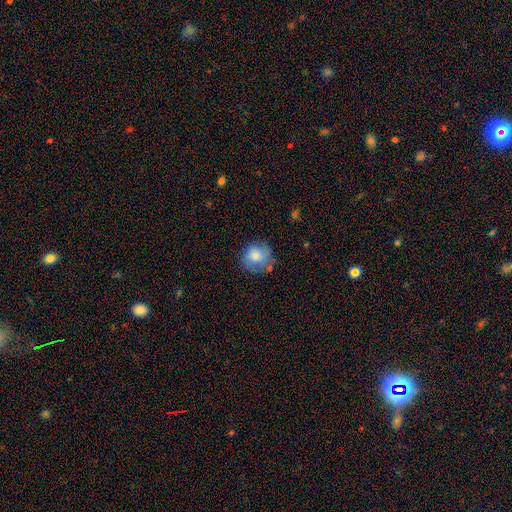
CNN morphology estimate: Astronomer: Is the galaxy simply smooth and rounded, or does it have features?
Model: smooth — 77%.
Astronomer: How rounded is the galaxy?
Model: round — 85%.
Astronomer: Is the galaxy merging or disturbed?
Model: none — 66%.